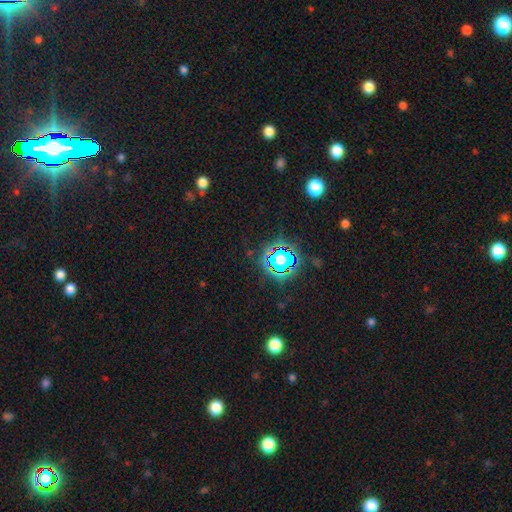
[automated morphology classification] Smooth or featured? Predicted: star or artifact (p=0.82).